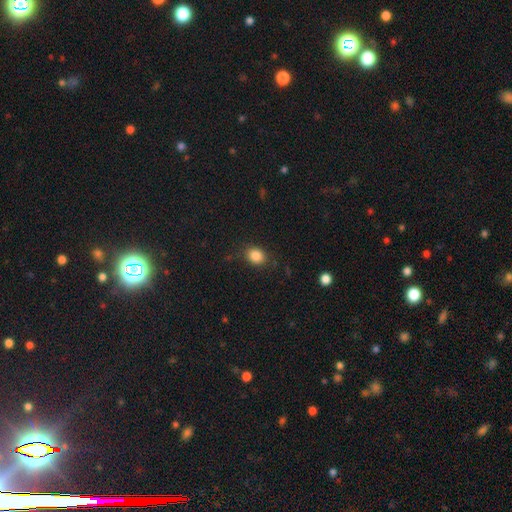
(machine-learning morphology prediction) Overall: smooth (85%). How rounded: in between (53%; round 46%). Merging: none (82%).